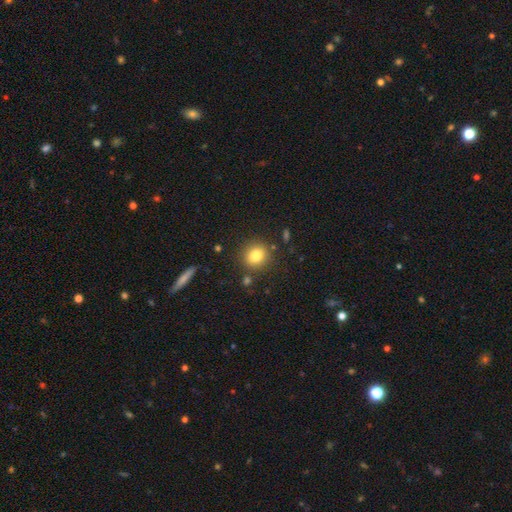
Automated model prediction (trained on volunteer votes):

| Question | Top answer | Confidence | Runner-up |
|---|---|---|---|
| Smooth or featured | smooth | 81% | star or artifact (11%) |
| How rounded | round | 74% | in between (25%) |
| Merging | none | 84% | minor disturbance (9%) |